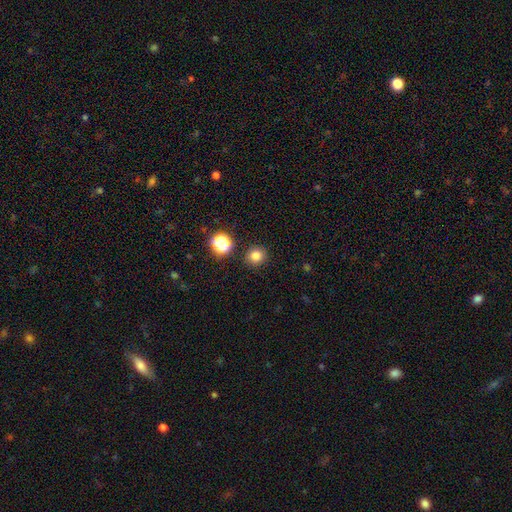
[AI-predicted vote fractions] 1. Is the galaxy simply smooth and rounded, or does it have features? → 80% smooth, 14% star or artifact, 6% featured or disk.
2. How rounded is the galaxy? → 88% round, 11% in between, 1% cigar-shaped.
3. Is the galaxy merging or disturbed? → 90% none, 6% minor disturbance, 2% merger, 2% major disturbance.